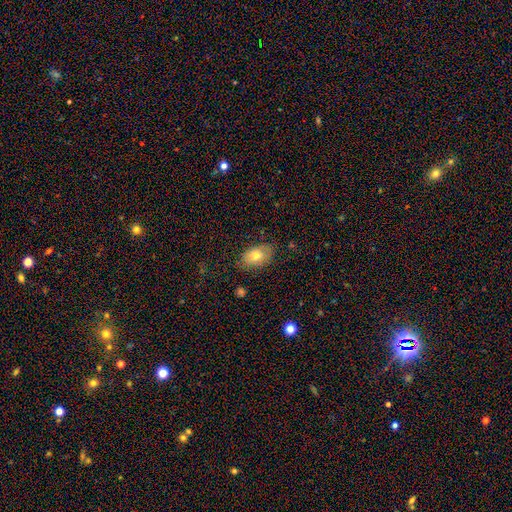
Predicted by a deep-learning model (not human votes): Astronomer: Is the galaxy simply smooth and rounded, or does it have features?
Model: smooth — 77%.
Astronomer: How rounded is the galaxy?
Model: in between — 89%.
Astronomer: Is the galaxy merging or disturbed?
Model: none — 79%.